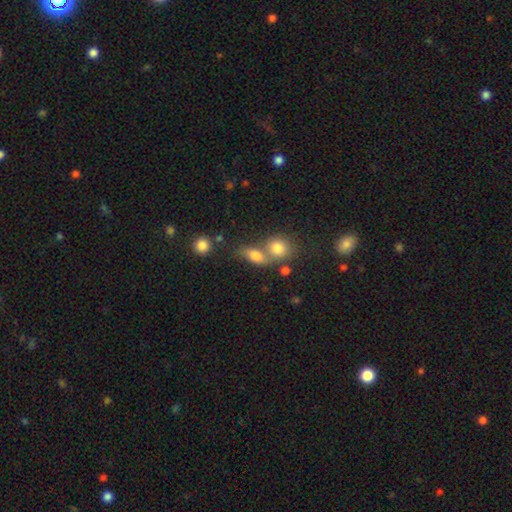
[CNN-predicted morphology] Smooth or featured? smooth (74%)
How rounded? in between (68%)
Merging? merger (52%)